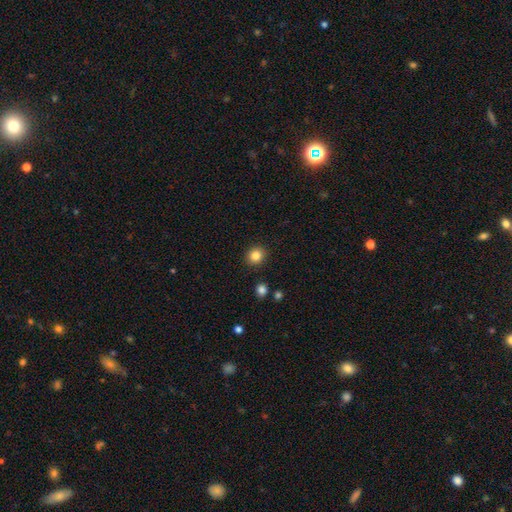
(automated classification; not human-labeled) Smooth or featured: smooth — 85% (star or artifact — 10%)
How rounded: round — 81% (in between — 18%)
Merging: none — 90% (minor disturbance — 6%)